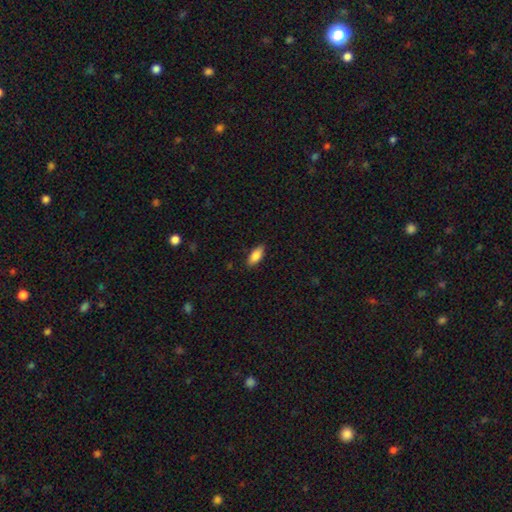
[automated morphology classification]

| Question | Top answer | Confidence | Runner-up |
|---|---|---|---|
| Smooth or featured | smooth | 82% | featured or disk (11%) |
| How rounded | in between | 81% | cigar-shaped (17%) |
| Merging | none | 86% | minor disturbance (11%) |